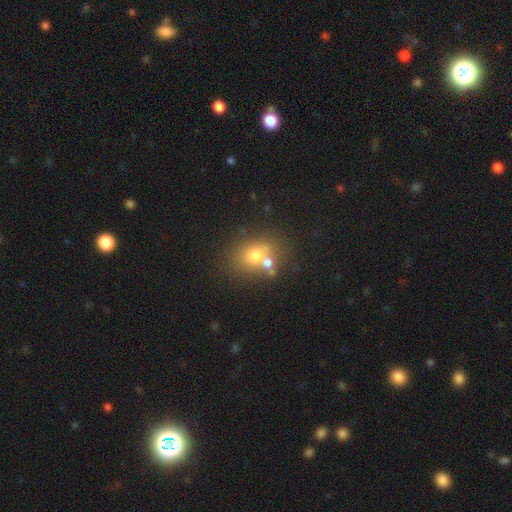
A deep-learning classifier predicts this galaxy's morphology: smooth_or_featured: smooth (p=0.64) [alt: featured or disk p=0.21]
how_rounded: round (p=0.58) [alt: in between p=0.41]
merging: none (p=0.45) [alt: merger p=0.38]